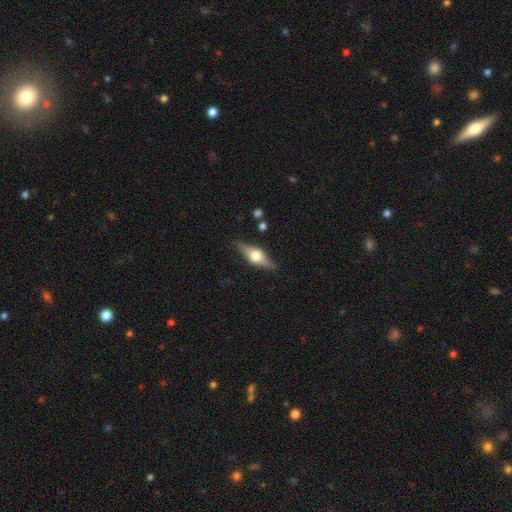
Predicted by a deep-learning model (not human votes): smooth_or_featured: featured or disk (p=0.65) [alt: smooth p=0.28]
disk_edge_on: yes (p=0.94) [alt: no p=0.06]
edge_on_bulge: rounded (p=0.94) [alt: boxy p=0.05]
merging: none (p=0.85) [alt: minor disturbance p=0.11]